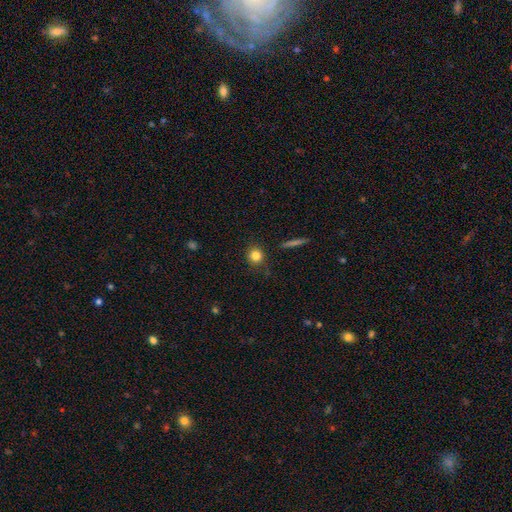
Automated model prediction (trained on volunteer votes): A smooth galaxy with no disk features (81%) that is round (89%). Merging: none (86%).